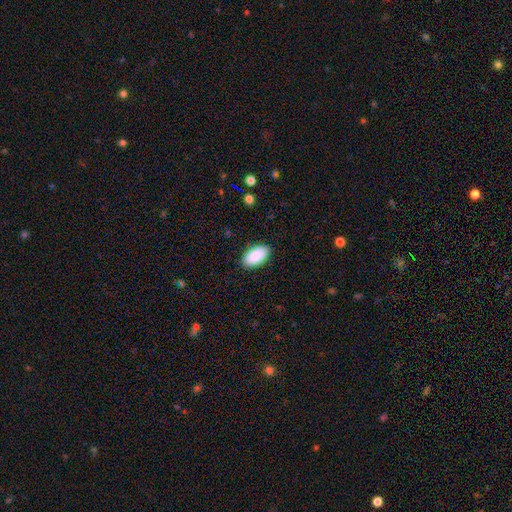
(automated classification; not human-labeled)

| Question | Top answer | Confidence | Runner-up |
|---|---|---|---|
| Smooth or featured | smooth | 91% | star or artifact (6%) |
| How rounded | in between | 96% | round (3%) |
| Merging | none | 89% | minor disturbance (8%) |